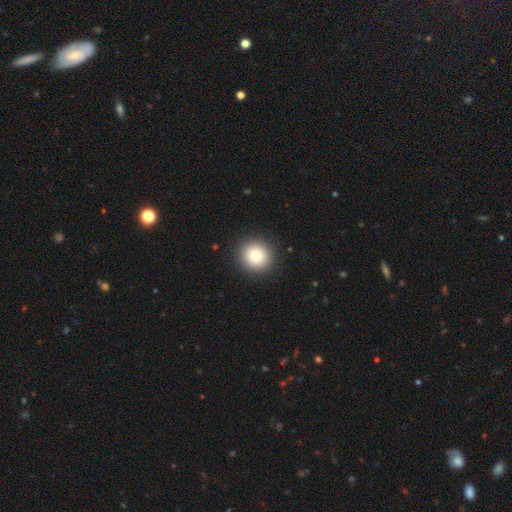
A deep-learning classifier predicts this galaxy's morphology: Smooth or featured? smooth (80%)
How rounded? round (94%)
Merging? none (92%)